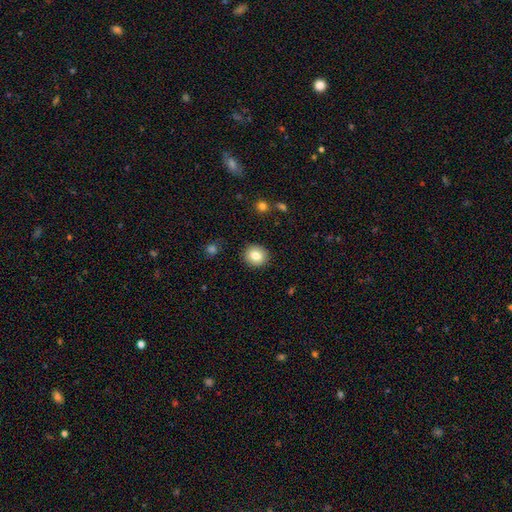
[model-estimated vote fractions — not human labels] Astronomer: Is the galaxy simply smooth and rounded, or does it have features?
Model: smooth — 83%.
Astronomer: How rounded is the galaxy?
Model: round — 82%.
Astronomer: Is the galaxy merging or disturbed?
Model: none — 90%.